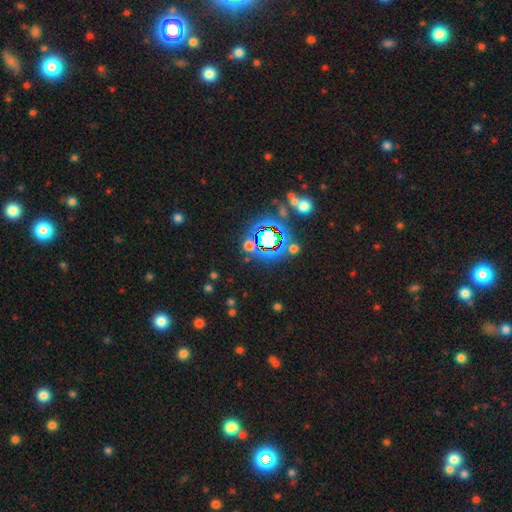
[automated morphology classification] A star or artifact, not a galaxy (79%).